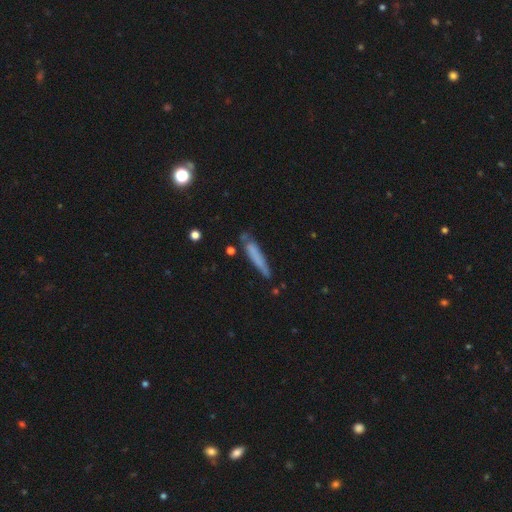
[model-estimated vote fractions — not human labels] Smooth or featured?
  - smooth: 69% *
  - featured or disk: 23%
  - star or artifact: 8%
How rounded?
  - cigar-shaped: 91% *
  - in between: 7%
  - round: 2%
Merging?
  - none: 70% *
  - minor disturbance: 21%
  - merger: 5%
  - major disturbance: 5%